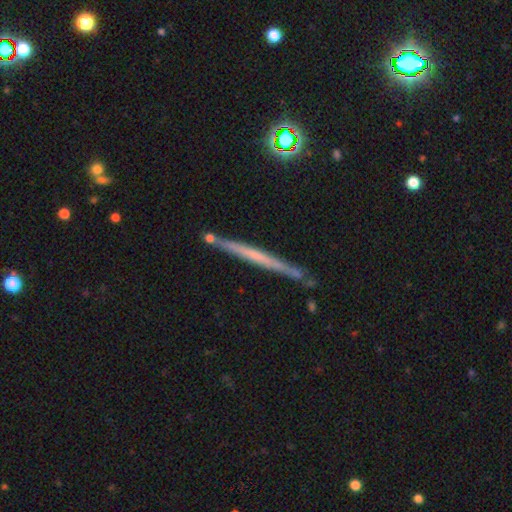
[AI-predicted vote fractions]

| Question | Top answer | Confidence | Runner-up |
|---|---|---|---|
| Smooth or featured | featured or disk | 56% | smooth (36%) |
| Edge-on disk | yes | 97% | no (3%) |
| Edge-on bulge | none | 84% | rounded (10%) |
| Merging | none | 84% | minor disturbance (10%) |